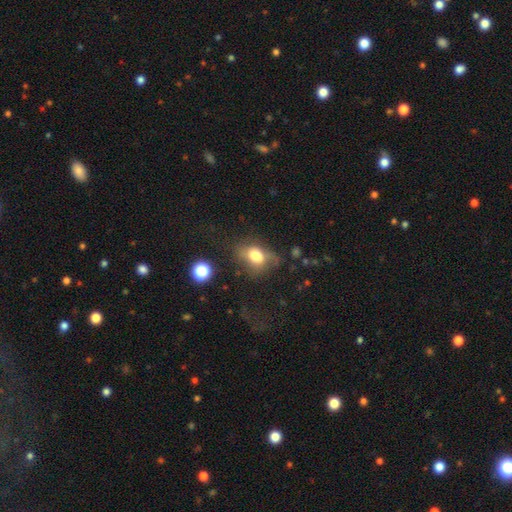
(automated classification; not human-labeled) Smooth or featured: smooth — 67% (featured or disk — 21%)
How rounded: in between — 70% (round — 28%)
Merging: none — 43% (minor disturbance — 28%)